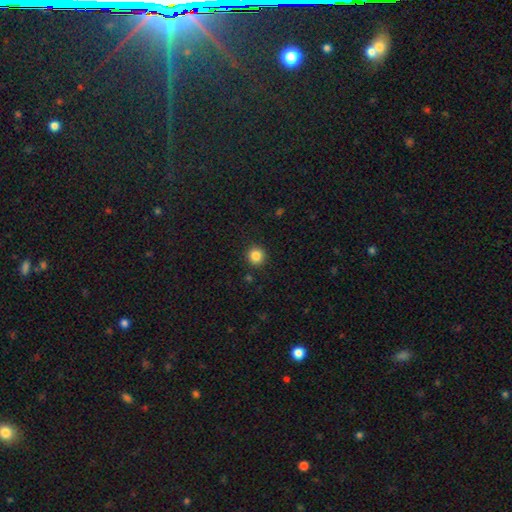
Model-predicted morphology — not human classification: smooth 85%, star or artifact 11%, featured or disk 4%. Down the decision tree: how rounded — round (93%); merging — none (90%).